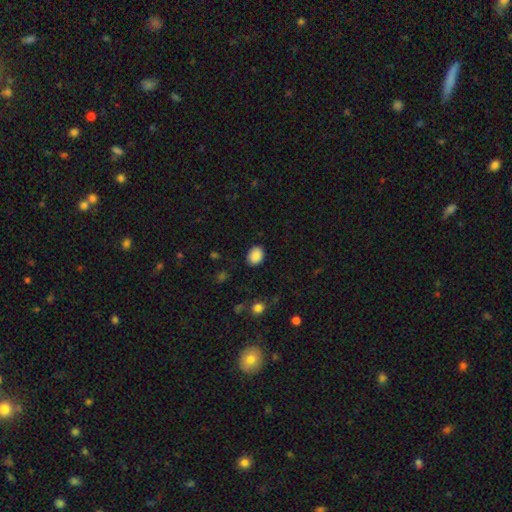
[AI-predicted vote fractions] This appears to be a smooth galaxy with no disk features (89%) that is in between round and cigar-shaped (64%). Merging: none (88%).